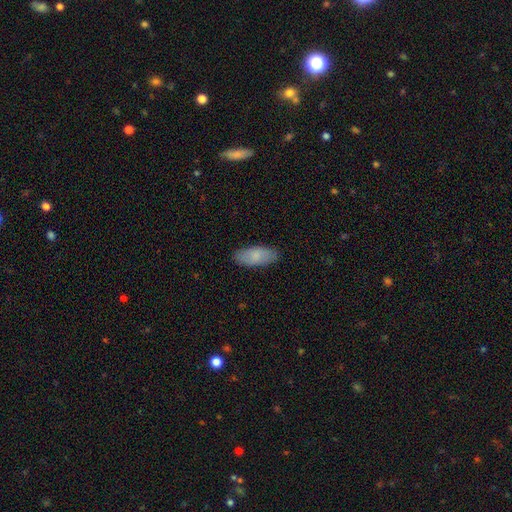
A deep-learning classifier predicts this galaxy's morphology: smooth 83%, featured or disk 11%, star or artifact 6%. Down the decision tree: how rounded — in between (84%); merging — none (87%).